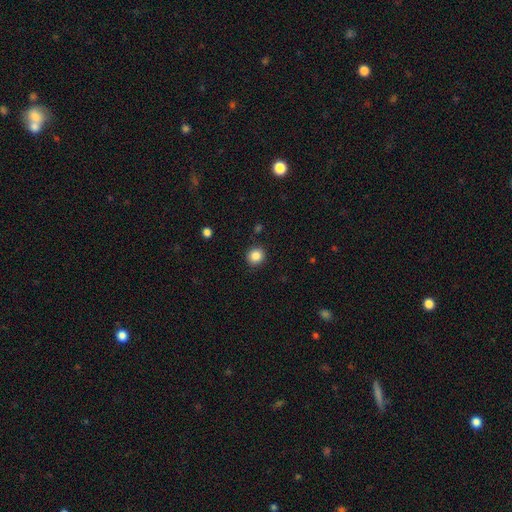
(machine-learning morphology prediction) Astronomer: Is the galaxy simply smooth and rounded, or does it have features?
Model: smooth — 86%.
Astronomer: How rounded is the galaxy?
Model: round — 90%.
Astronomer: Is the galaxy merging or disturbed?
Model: none — 90%.